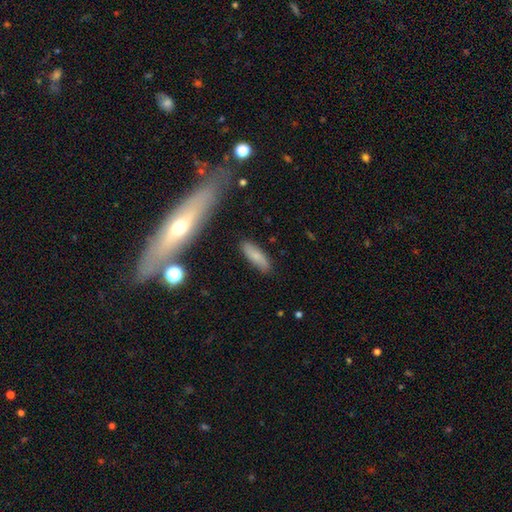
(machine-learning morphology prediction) type=smooth (73%); roundness=in between (50%); merging=none (84%).